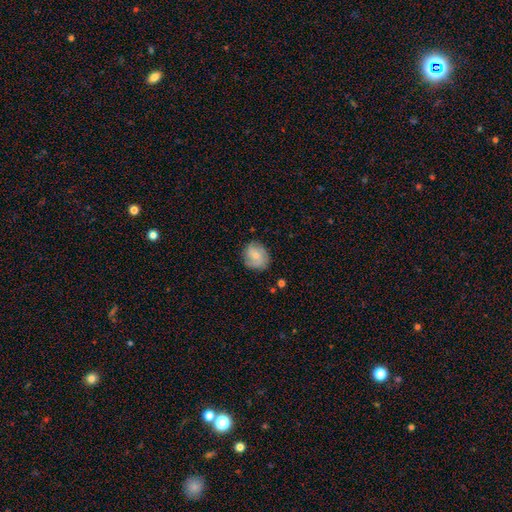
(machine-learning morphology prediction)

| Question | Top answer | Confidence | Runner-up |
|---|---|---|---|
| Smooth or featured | smooth | 57% | featured or disk (35%) |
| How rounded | round | 71% | in between (28%) |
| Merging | none | 76% | minor disturbance (18%) |